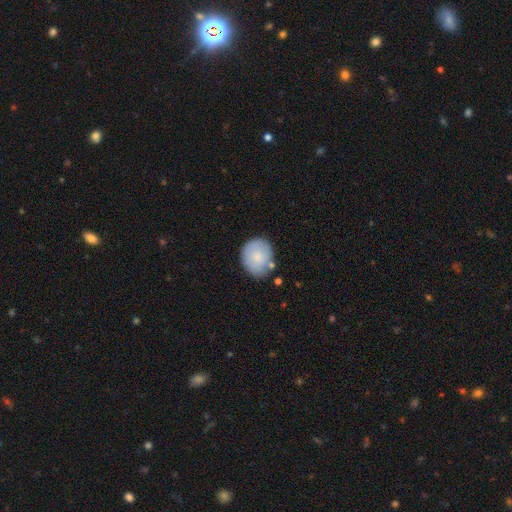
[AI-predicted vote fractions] Smooth or featured? Predicted: smooth (p=0.77). How rounded? Predicted: round (p=0.69). Merging? Predicted: none (p=0.68).